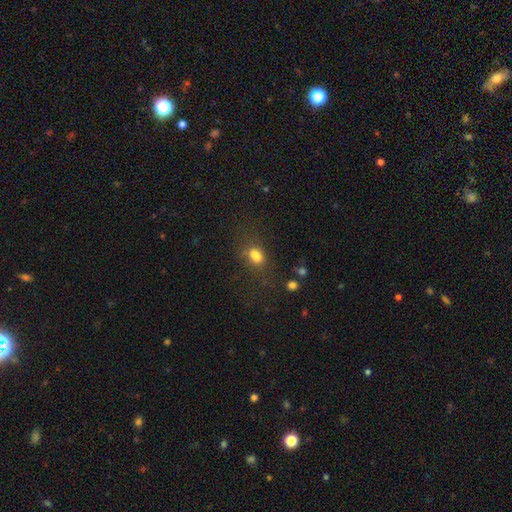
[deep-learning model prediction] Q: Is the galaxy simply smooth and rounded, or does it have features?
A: smooth — 75%.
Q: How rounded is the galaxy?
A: in between — 73%.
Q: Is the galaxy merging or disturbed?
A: none — 50%.